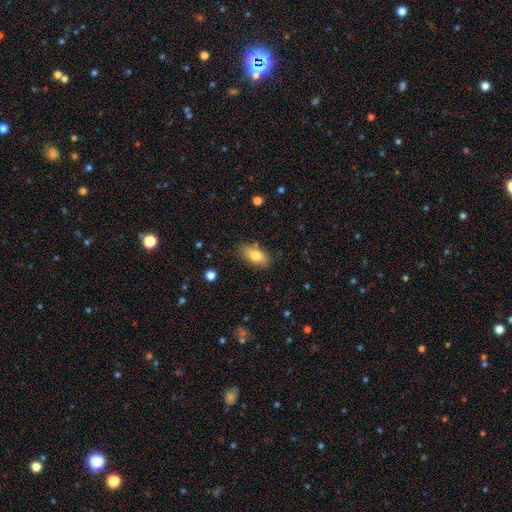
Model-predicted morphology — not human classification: smooth_or_featured: smooth (p=0.75) [alt: featured or disk p=0.17]
how_rounded: in between (p=0.86) [alt: cigar-shaped p=0.09]
merging: none (p=0.77) [alt: minor disturbance p=0.17]